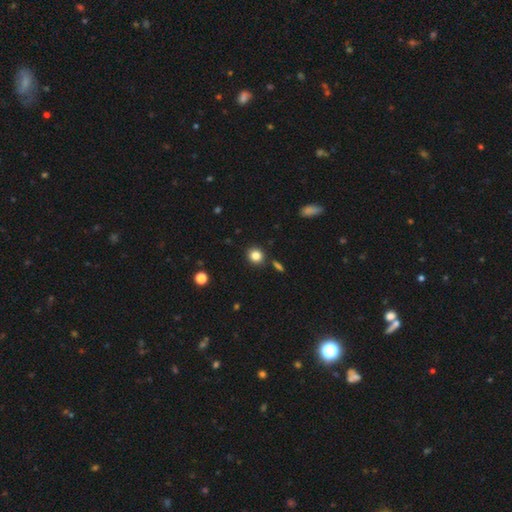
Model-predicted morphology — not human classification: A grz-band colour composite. It shows a smooth galaxy with no disk features (83%) that is round (85%). Merging: none (87%).